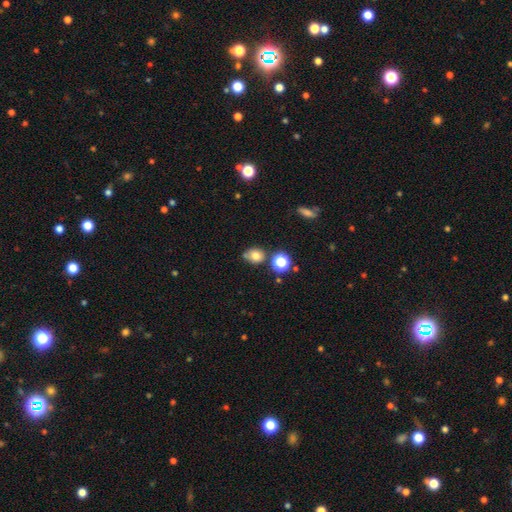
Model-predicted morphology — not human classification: A smooth galaxy with no disk features (74%) that is round (65%). Merging: none (59%).